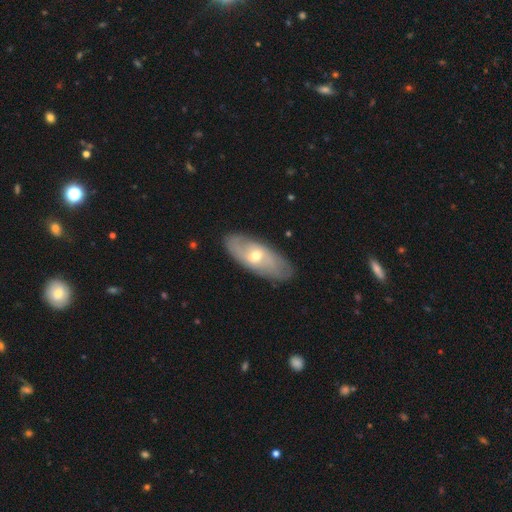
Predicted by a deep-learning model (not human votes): A featured or disk galaxy (58%).

Vote fractions:
- Smooth or featured? featured or disk: 58% / smooth: 36% / star or artifact: 6%
- Edge-on disk? no: 84% / yes: 16%
- Merging? none: 83% / minor disturbance: 12% / major disturbance: 3% / merger: 1%